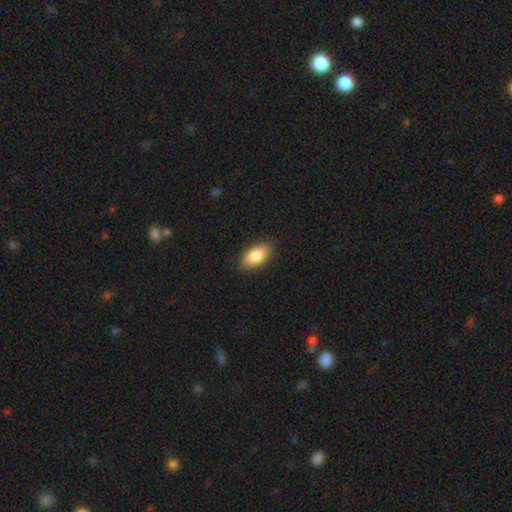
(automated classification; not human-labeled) This is clearly a smooth galaxy (85%). How rounded: clearly in between (93%). Merging: clearly none (87%).